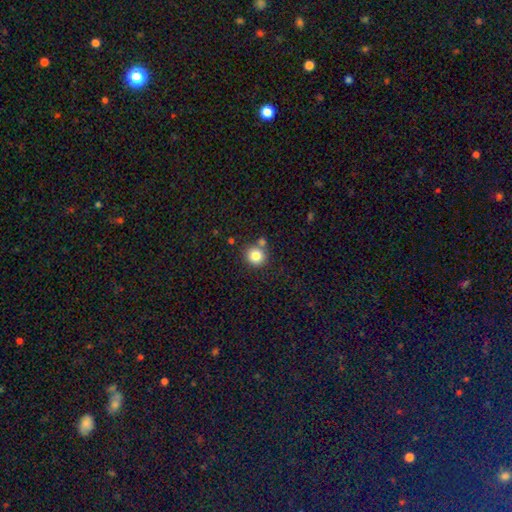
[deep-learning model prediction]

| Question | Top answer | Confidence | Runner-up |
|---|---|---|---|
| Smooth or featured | smooth | 82% | star or artifact (11%) |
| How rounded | round | 90% | in between (9%) |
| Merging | none | 73% | merger (15%) |